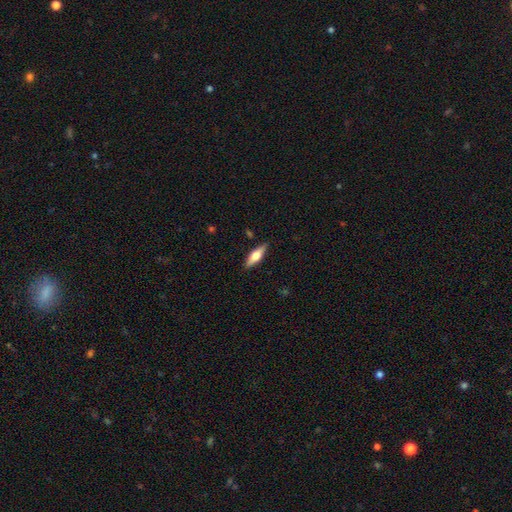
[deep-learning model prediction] Q: Smooth or featured?
A: featured or disk (47%); tied with: smooth (47%)
Q: Merging?
A: none (87%); runner-up: minor disturbance (10%)